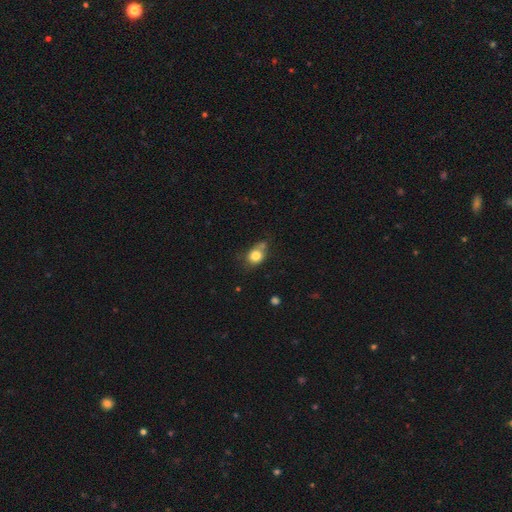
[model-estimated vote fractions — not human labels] Q: Smooth or featured?
A: smooth (79%); runner-up: featured or disk (10%)
Q: How rounded?
A: round (55%); runner-up: in between (43%)
Q: Merging?
A: none (49%); runner-up: minor disturbance (27%)